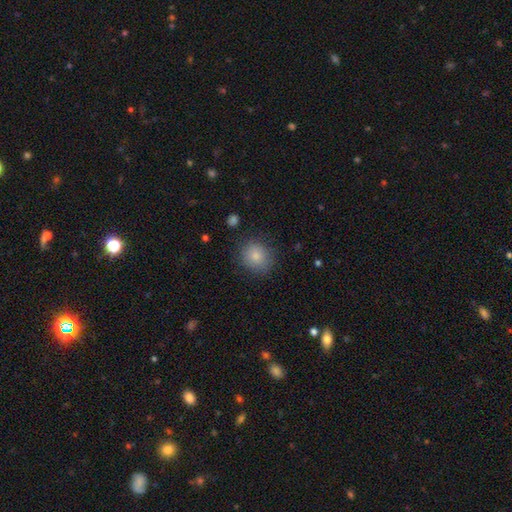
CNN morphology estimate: This is clearly a smooth galaxy (84%). How rounded: clearly round (82%). Merging: clearly none (83%).